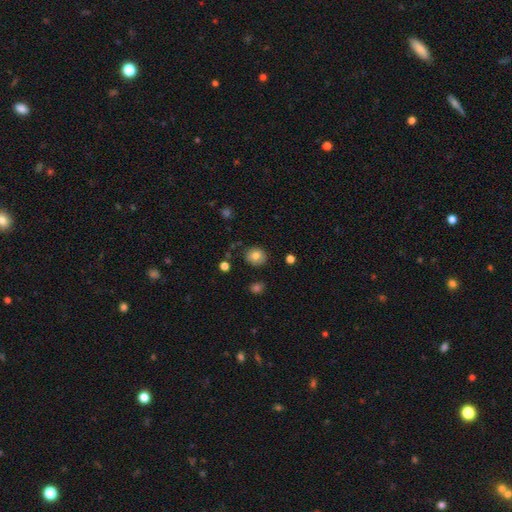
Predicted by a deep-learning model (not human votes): Overall: smooth (79%). How rounded: round (79%). Merging: none (82%).